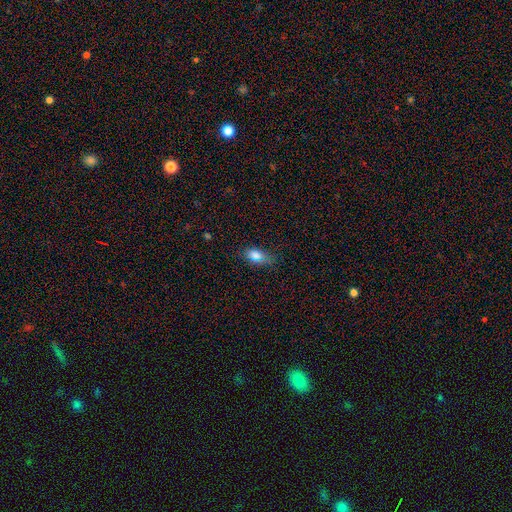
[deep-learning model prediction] Morphology: type=smooth (79%); roundness=in between (87%); merging=none (67%).